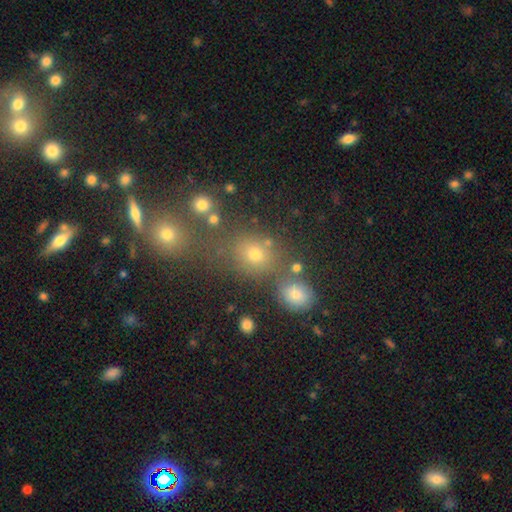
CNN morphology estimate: smooth-or-featured: smooth: 45% (tied) | star or artifact: 45% (tied) | featured or disk: 10%
  merging: none: 66% | merger: 21% | minor disturbance: 9% | major disturbance: 4%